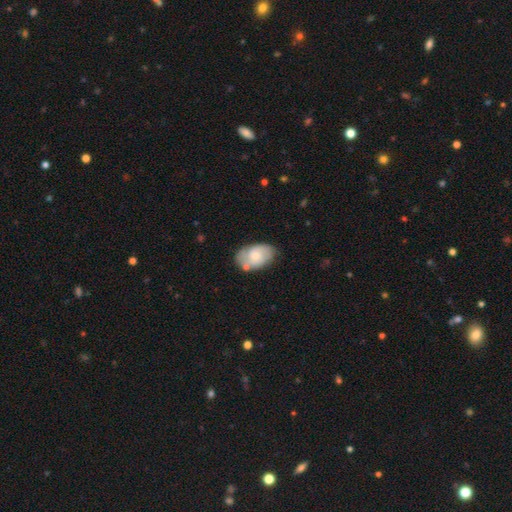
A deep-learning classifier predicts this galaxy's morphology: A smooth galaxy with no disk features (54%) that is in between round and cigar-shaped (89%).

Vote fractions:
- Smooth or featured? smooth: 54% / featured or disk: 40% / star or artifact: 7%
- How rounded? in between: 89% / round: 10% / cigar-shaped: 1%
- Merging? none: 62% / minor disturbance: 23% / merger: 9% / major disturbance: 6%